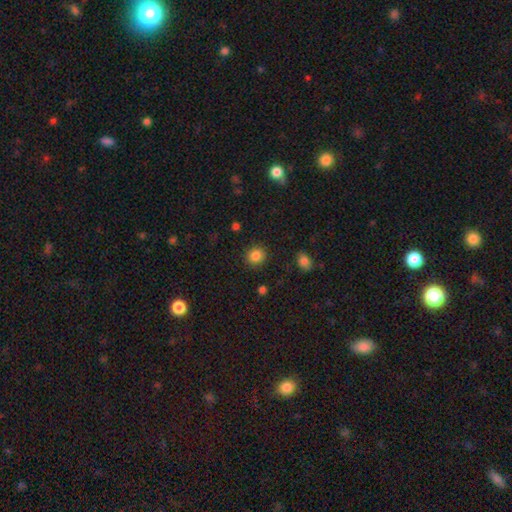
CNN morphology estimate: Smooth or featured: smooth — 85% (star or artifact — 11%)
How rounded: round — 85% (in between — 14%)
Merging: none — 90% (minor disturbance — 6%)